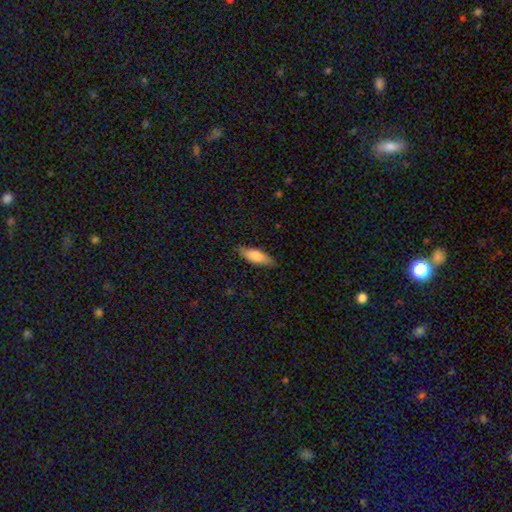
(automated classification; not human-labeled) This appears to be a smooth galaxy with no disk features (79%) that is in between round and cigar-shaped (60%). Merging: none (84%).